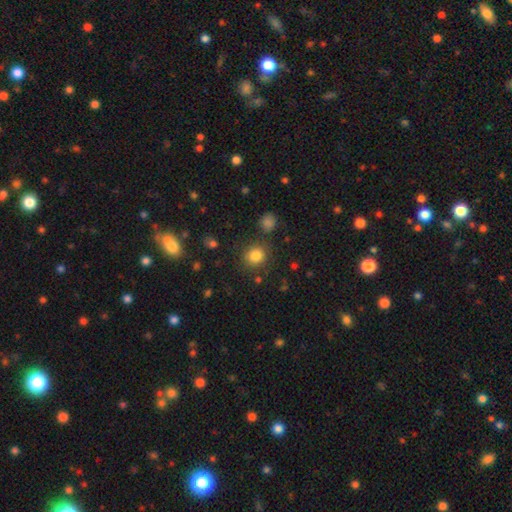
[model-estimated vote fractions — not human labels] Smooth or featured? Predicted: smooth (p=0.82). How rounded? Predicted: round (p=0.87). Merging? Predicted: none (p=0.82).